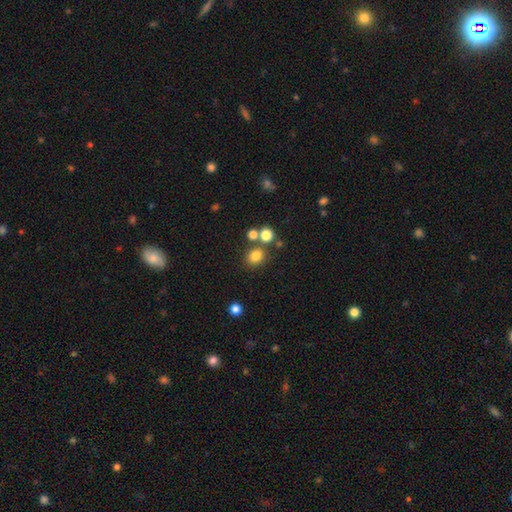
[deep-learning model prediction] Smooth or featured?
  - smooth: 79% *
  - star or artifact: 15%
  - featured or disk: 6%
How rounded?
  - round: 71% *
  - in between: 28%
  - cigar-shaped: 1%
Merging?
  - none: 73% *
  - merger: 14%
  - minor disturbance: 9%
  - major disturbance: 3%